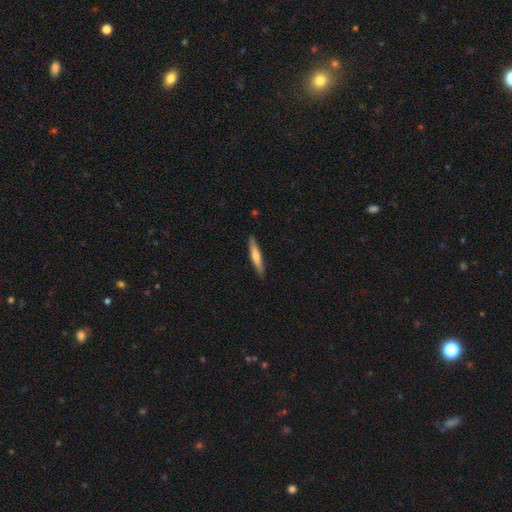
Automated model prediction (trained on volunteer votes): A smooth galaxy with no disk features (56%) that is cigar-shaped (91%). Merging: none (89%).